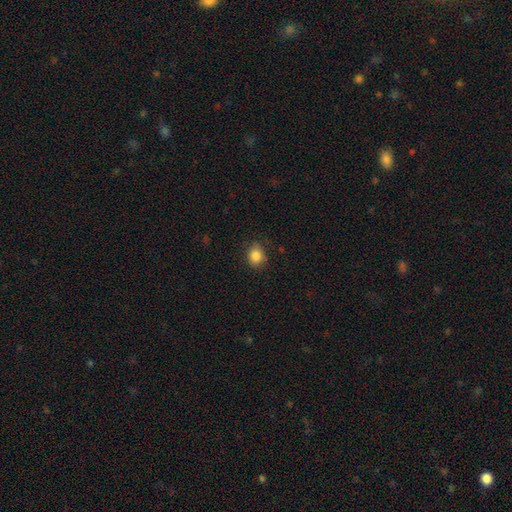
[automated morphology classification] type=smooth (85%); roundness=round (64%); merging=none (82%).